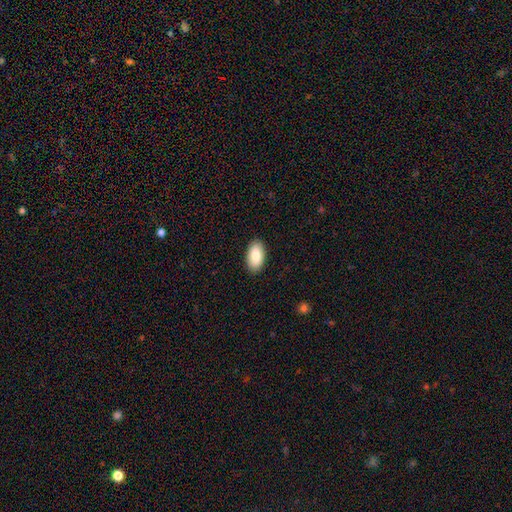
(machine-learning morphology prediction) Smooth or featured?
  - smooth: 87% *
  - featured or disk: 7%
  - star or artifact: 6%
How rounded?
  - in between: 95% *
  - round: 3%
  - cigar-shaped: 2%
Merging?
  - none: 90% *
  - minor disturbance: 8%
  - major disturbance: 2%
  - merger: 1%